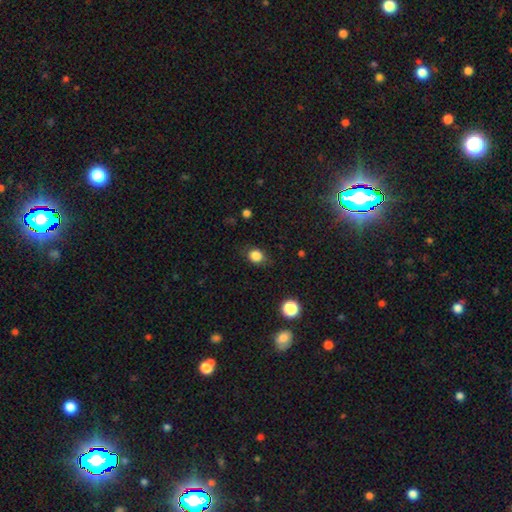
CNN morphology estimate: The model was most divided on "how rounded": round: 61%, in between: 38%, cigar-shaped: 1%. More confident: smooth or featured — smooth (84%); merging — none (79%).